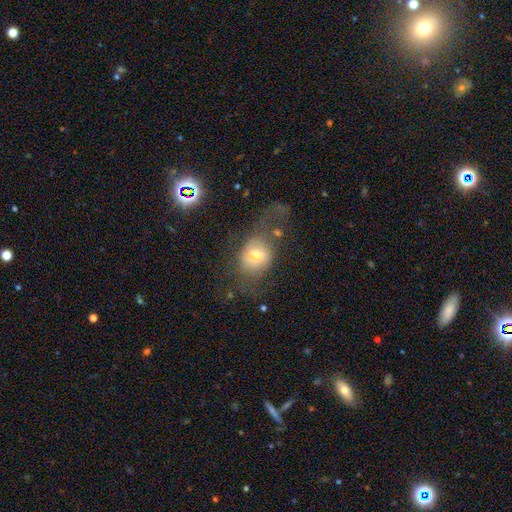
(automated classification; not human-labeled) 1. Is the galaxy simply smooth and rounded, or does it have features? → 58% smooth, 31% featured or disk, 12% star or artifact.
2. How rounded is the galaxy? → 51% in between, 48% round, 2% cigar-shaped.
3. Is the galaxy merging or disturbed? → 39% major disturbance, 36% none, 19% minor disturbance, 6% merger.